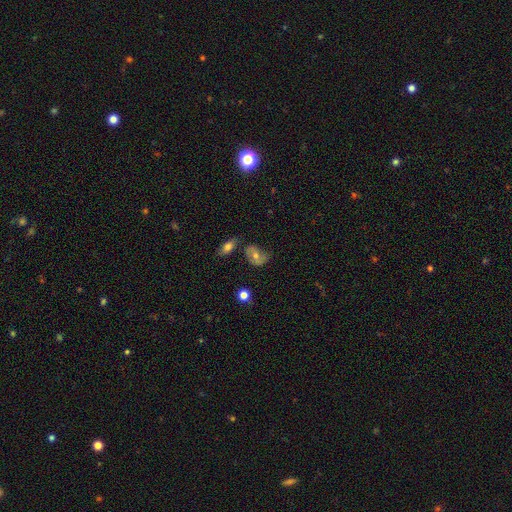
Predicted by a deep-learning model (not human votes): Smooth or featured? smooth (48%)
Merging? none (45%)